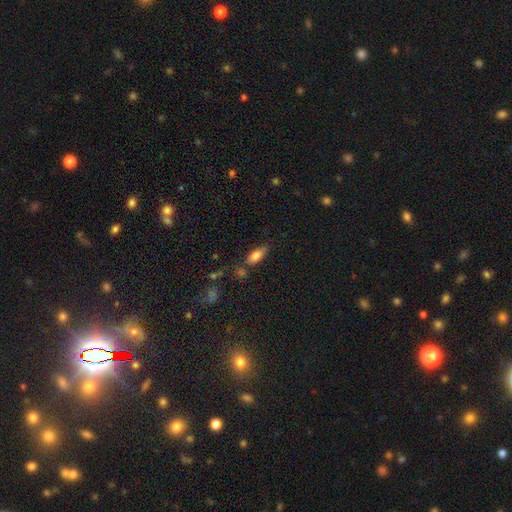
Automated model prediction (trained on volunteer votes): Q: Smooth or featured?
A: smooth (77%); runner-up: featured or disk (15%)
Q: How rounded?
A: in between (78%); runner-up: cigar-shaped (18%)
Q: Merging?
A: none (64%); runner-up: minor disturbance (21%)